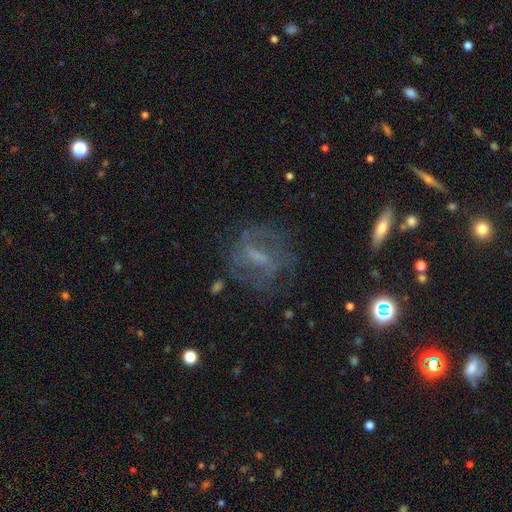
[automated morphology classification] type=featured or disk (64%); edge-on=no (90%); bar=weak (47%); spiral arms=yes (68%); bulge=small (36%); merging=none (66%).